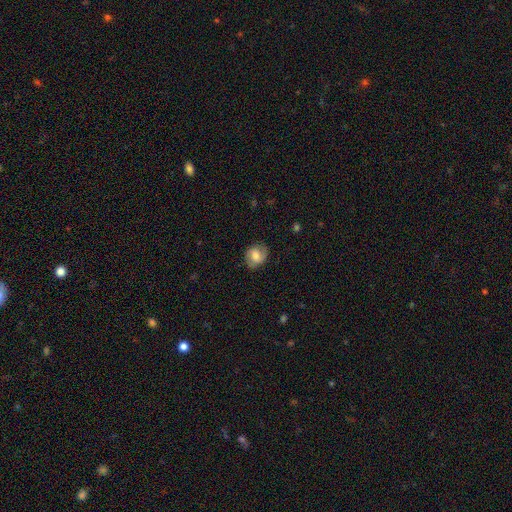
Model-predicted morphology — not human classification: This appears to be a smooth galaxy with no disk features (48%). Merging: none (78%).